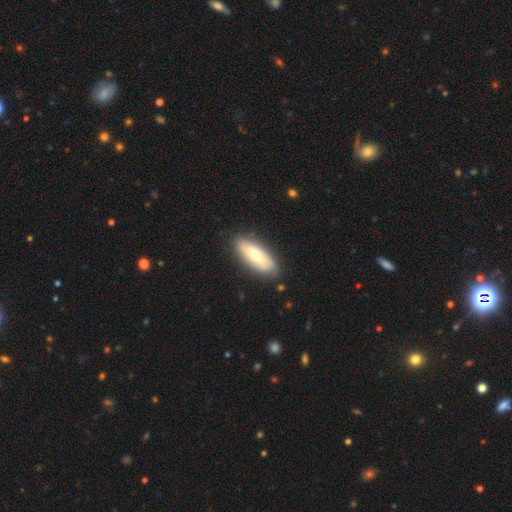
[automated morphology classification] This appears to be a smooth galaxy with no disk features (48%). Merging: none (82%).